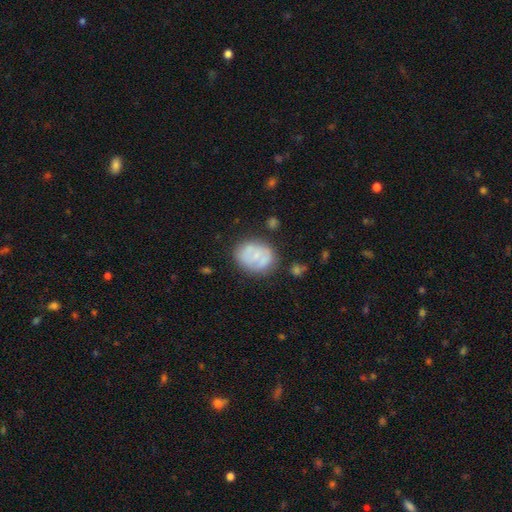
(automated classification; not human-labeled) Morphology: type=smooth (50%); roundness=in between (55%); merging=none (63%).